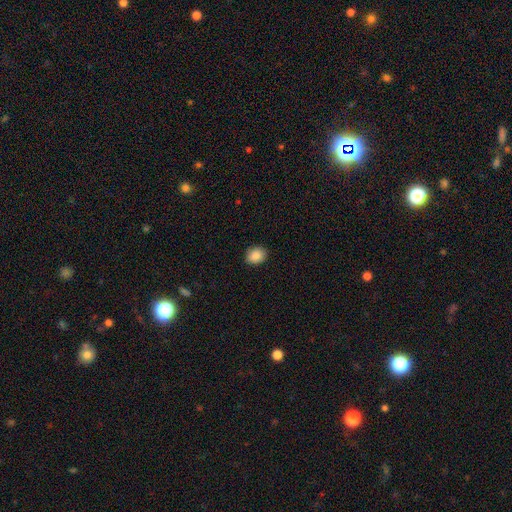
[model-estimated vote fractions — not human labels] The model was most divided on "how rounded": round: 51%, in between: 48%, cigar-shaped: 1%. More confident: merging — none (89%); smooth or featured — smooth (89%).